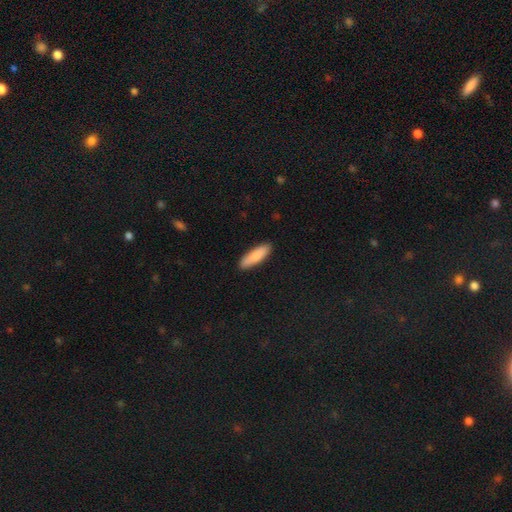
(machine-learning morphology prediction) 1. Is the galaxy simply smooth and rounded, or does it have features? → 84% smooth, 11% featured or disk, 5% star or artifact.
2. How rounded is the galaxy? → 58% cigar-shaped, 40% in between, 2% round.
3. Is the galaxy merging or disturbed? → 89% none, 8% minor disturbance, 2% major disturbance, 1% merger.